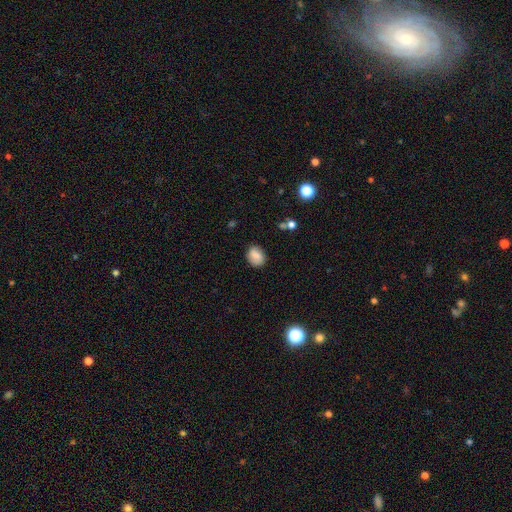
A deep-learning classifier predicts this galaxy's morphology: smooth-or-featured: smooth: 81% | featured or disk: 11% | star or artifact: 9%
  how-rounded: in between: 51% | round: 47% | cigar-shaped: 1%
  merging: none: 80% | minor disturbance: 14% | major disturbance: 3% | merger: 2%